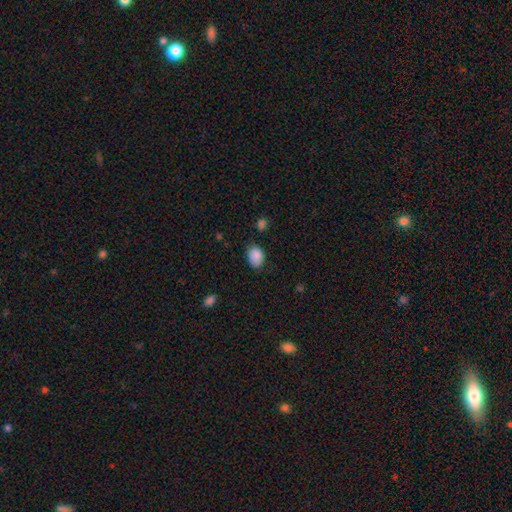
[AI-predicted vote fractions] smooth-or-featured: smooth: 88% | star or artifact: 8% | featured or disk: 4%
  how-rounded: in between: 69% | round: 30% | cigar-shaped: 1%
  merging: none: 75% | minor disturbance: 20% | major disturbance: 4% | merger: 2%